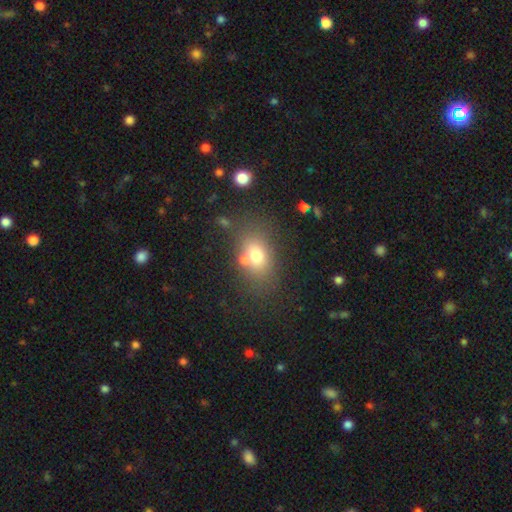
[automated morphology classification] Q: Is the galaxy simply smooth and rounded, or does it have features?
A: smooth — 70%.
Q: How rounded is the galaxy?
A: in between — 73%.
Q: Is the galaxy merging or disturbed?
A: none — 62%.